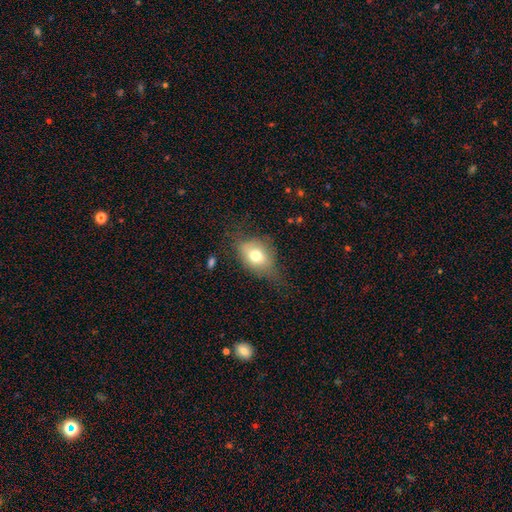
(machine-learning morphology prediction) The model was most divided on "merging": none: 52%, minor disturbance: 30%, major disturbance: 16%, merger: 2%. More confident: how rounded — in between (70%); smooth or featured — smooth (67%).